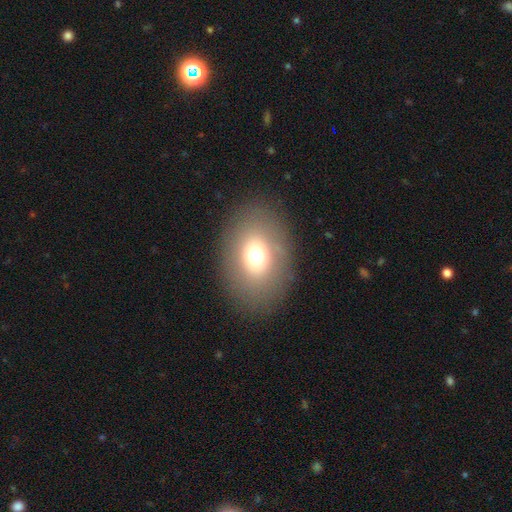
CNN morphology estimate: This appears to be a smooth galaxy with no disk features (68%) that is in between round and cigar-shaped (67%). Merging: none (83%).